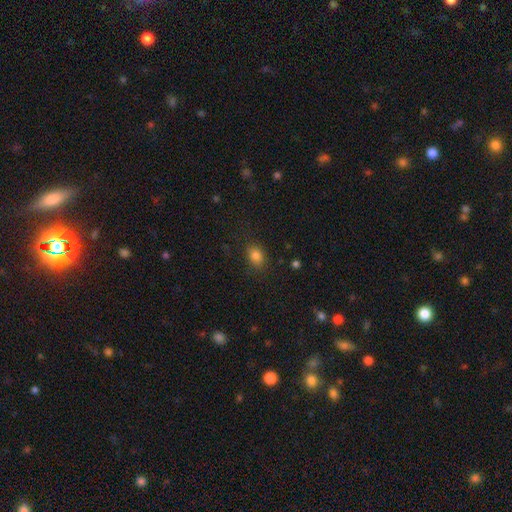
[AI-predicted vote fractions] This is clearly a smooth galaxy (83%). How rounded: likely in between (67%). Merging: clearly none (82%).